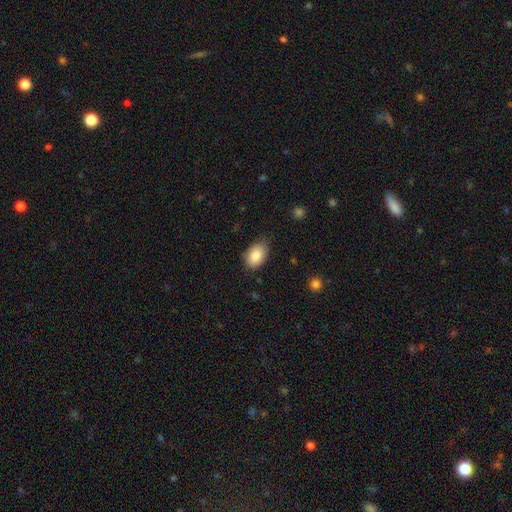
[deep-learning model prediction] Smooth or featured? Predicted: smooth (p=0.86). How rounded? Predicted: in between (p=0.88). Merging? Predicted: none (p=0.75).